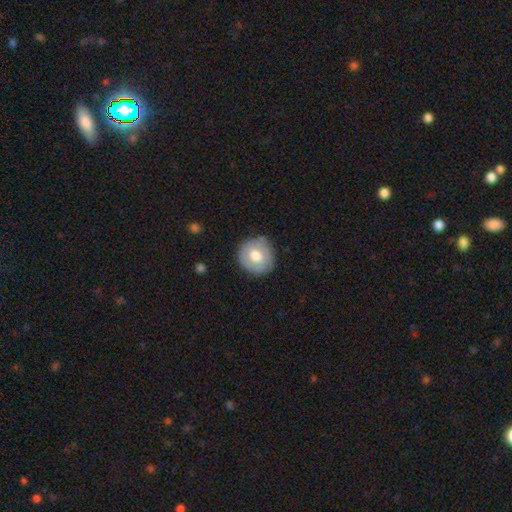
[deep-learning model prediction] smooth_or_featured: smooth (p=0.64) [alt: featured or disk p=0.29]
how_rounded: round (p=0.89) [alt: in between p=0.10]
merging: none (p=0.82) [alt: minor disturbance p=0.14]